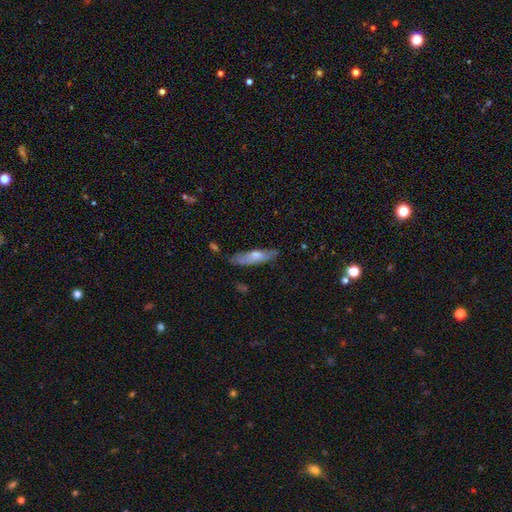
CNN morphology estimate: Smooth or featured? smooth (60%)
How rounded? cigar-shaped (69%)
Merging? none (76%)